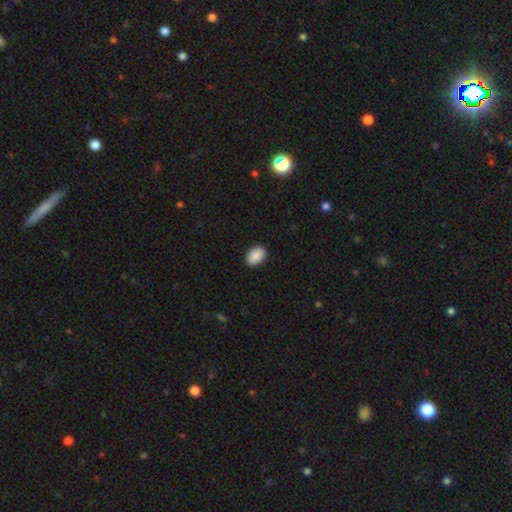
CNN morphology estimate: smooth_or_featured: smooth (p=0.88) [alt: star or artifact p=0.07]
how_rounded: in between (p=0.87) [alt: round p=0.12]
merging: none (p=0.90) [alt: minor disturbance p=0.07]